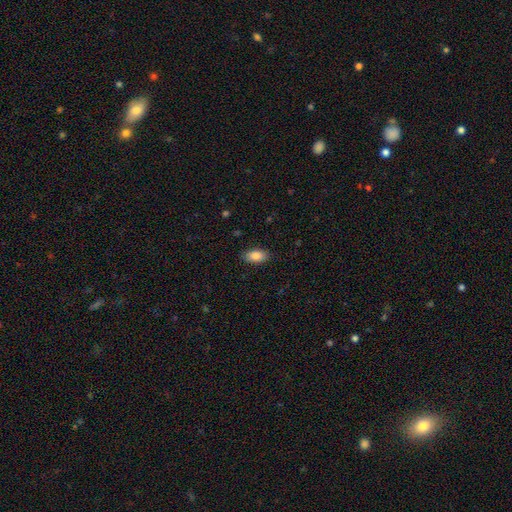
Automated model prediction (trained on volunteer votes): This appears to be a smooth galaxy with no disk features (87%) that is in between round and cigar-shaped (92%). Merging: none (88%).